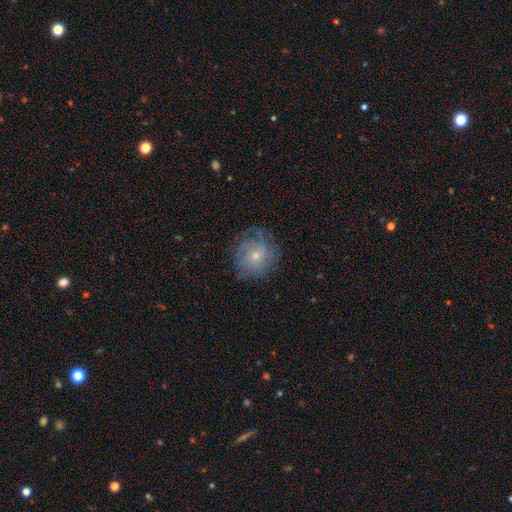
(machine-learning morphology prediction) Smooth or featured? Predicted: featured or disk (p=0.46). Merging? Predicted: none (p=0.72).